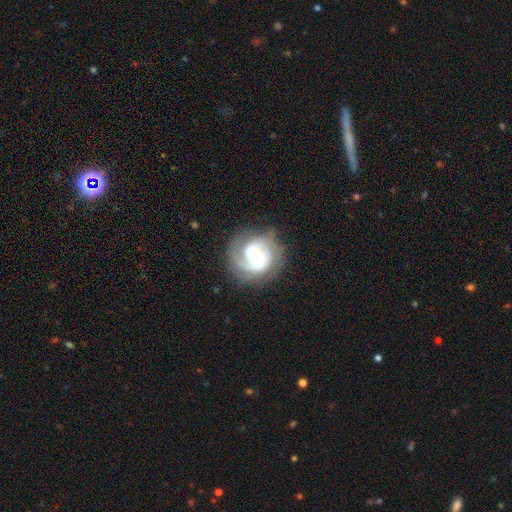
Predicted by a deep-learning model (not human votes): Smooth or featured: featured or disk — 86% (smooth — 9%)
Edge-on disk: no — 98% (yes — 2%)
Bar: no — 49% (weak — 41%)
Spiral arms: yes — 97% (no — 3%)
Spiral winding: tight — 50% (medium — 40%)
Spiral arm count: 2 — 67% (3 — 14%)
Bulge size: moderate — 48% (small — 43%)
Merging: none — 78% (minor disturbance — 14%)